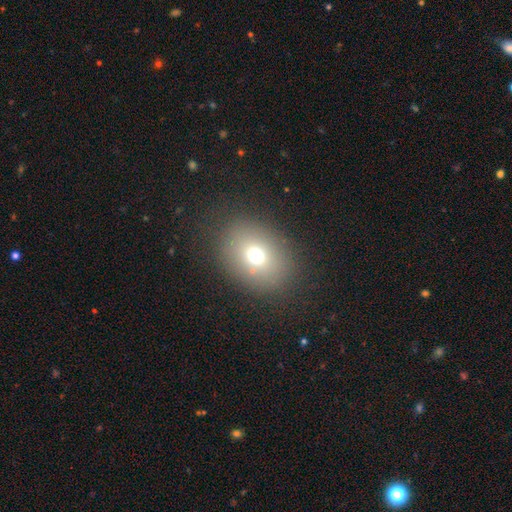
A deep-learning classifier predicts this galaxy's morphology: This appears to be a smooth galaxy with no disk features (69%) that is in between round and cigar-shaped (54%). Merging: none (83%).